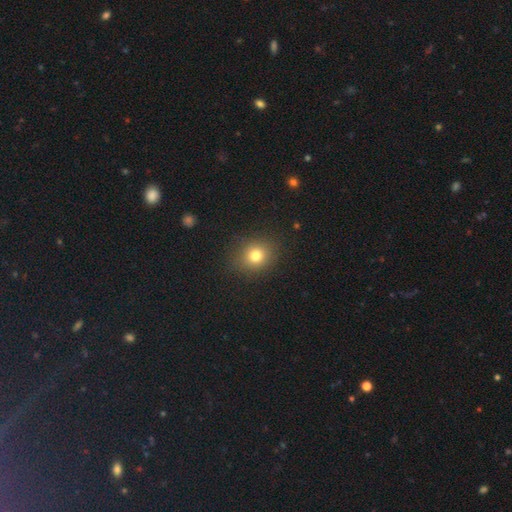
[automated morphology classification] Smooth or featured? Predicted: smooth (p=0.77). How rounded? Predicted: round (p=0.72). Merging? Predicted: none (p=0.87).